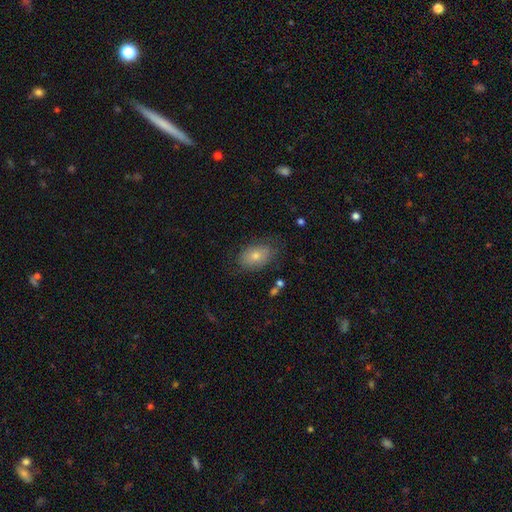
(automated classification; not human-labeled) Smooth or featured? smooth (64%)
How rounded? in between (81%)
Merging? none (75%)